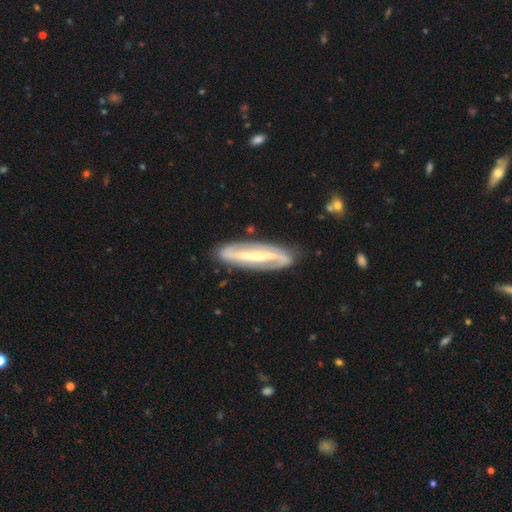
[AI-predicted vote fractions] smooth-or-featured: featured or disk: 83% | smooth: 12% | star or artifact: 5%
  disk-edge-on: no: 75% | yes: 25%
    bar: strong: 70% | weak: 19% | no: 12%
    has-spiral-arms: yes: 88% | no: 12%
      spiral-winding: medium: 38% | tight: 31% | loose: 31%
      spiral-arm-count: 2: 87% | can't tell: 8% | 1: 2% | 3: 1% | 4: 1% | more than 4: 1%
    bulge-size: small: 61% | moderate: 30% | none: 4% | large: 3% | dominant: 1%
  merging: none: 84% | minor disturbance: 12% | major disturbance: 3% | merger: 2%